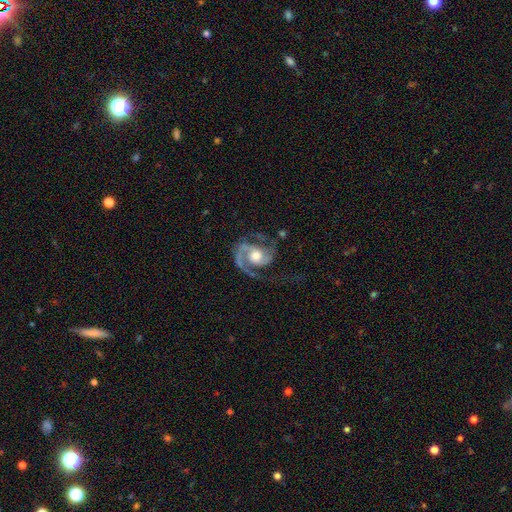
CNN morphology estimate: Q: Smooth or featured?
A: featured or disk (91%); runner-up: smooth (5%)
Q: Edge-on disk?
A: no (98%); runner-up: yes (2%)
Q: Bar?
A: no (62%); runner-up: weak (29%)
Q: Spiral arms?
A: yes (98%); runner-up: no (2%)
Q: Spiral winding?
A: medium (53%); runner-up: tight (29%)
Q: Spiral arm count?
A: 2 (75%); runner-up: 1 (15%)
Q: Bulge size?
A: moderate (56%); runner-up: large (31%)
Q: Merging?
A: none (58%); runner-up: major disturbance (21%)